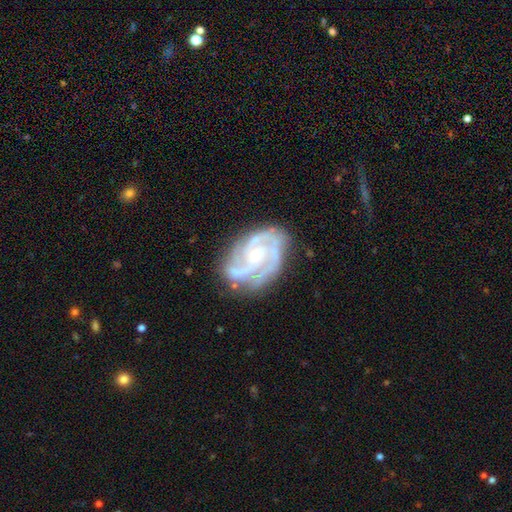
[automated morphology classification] A featured or disk galaxy (90%) with no bar (61%), 3 (47%) tight (54%) spiral arms (98%) and a small central bulge (65%).

Vote fractions:
- Smooth or featured? featured or disk: 90% / star or artifact: 5% / smooth: 5%
- Edge-on disk? no: 98% / yes: 2%
- Bar? no: 61% / weak: 31% / strong: 8%
- Spiral arms? yes: 98% / no: 2%
- Spiral winding? tight: 54% / medium: 40% / loose: 6%
- Spiral arm count? 3: 47% / 2: 18% / 4: 15% / can't tell: 11% / more than 4: 5% / 1: 5%
- Bulge size? small: 65% / moderate: 30% / none: 3% / large: 1% / dominant: 1%
- Merging? none: 73% / minor disturbance: 18% / major disturbance: 7% / merger: 2%